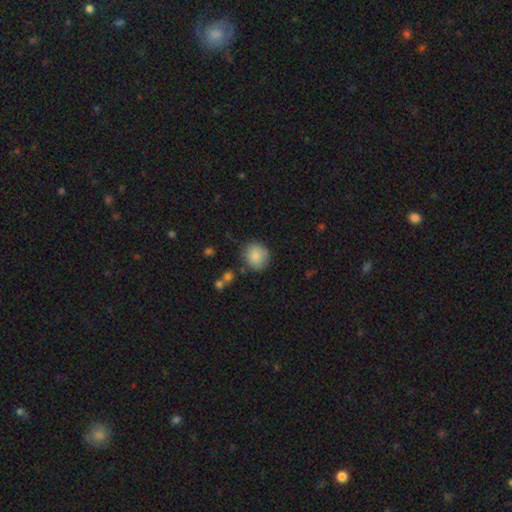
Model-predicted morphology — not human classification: Smooth or featured?
  - smooth: 83% *
  - star or artifact: 9%
  - featured or disk: 8%
How rounded?
  - round: 82% *
  - in between: 17%
  - cigar-shaped: 1%
Merging?
  - none: 78% *
  - minor disturbance: 15%
  - major disturbance: 4%
  - merger: 4%